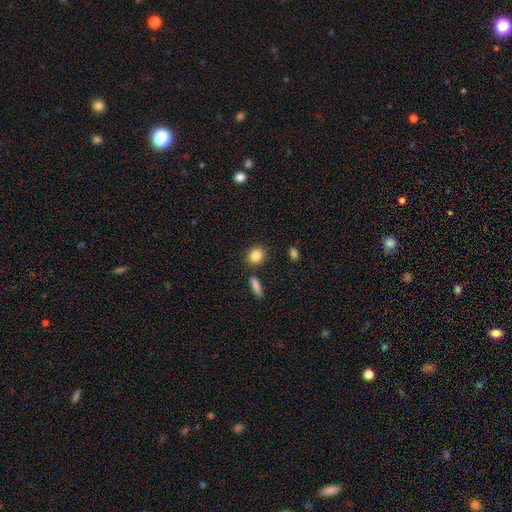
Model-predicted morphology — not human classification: A smooth galaxy with no disk features (85%) that is round (67%).

Vote fractions:
- Smooth or featured? smooth: 85% / star or artifact: 9% / featured or disk: 6%
- How rounded? round: 67% / in between: 30% / cigar-shaped: 2%
- Merging? none: 82% / minor disturbance: 9% / merger: 6% / major disturbance: 2%